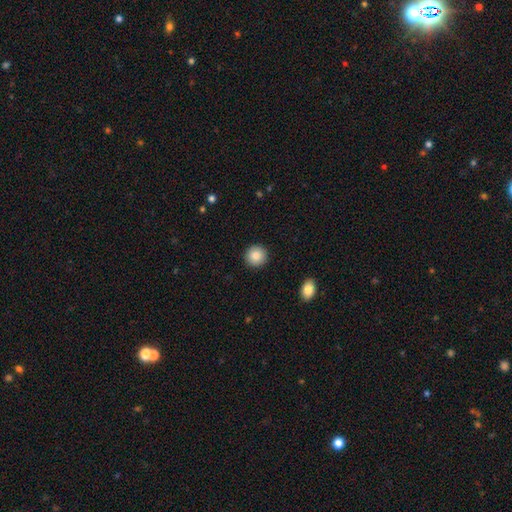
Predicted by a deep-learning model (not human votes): smooth_or_featured: smooth (p=0.86) [alt: star or artifact p=0.08]
how_rounded: round (p=0.93) [alt: in between p=0.06]
merging: none (p=0.92) [alt: minor disturbance p=0.05]